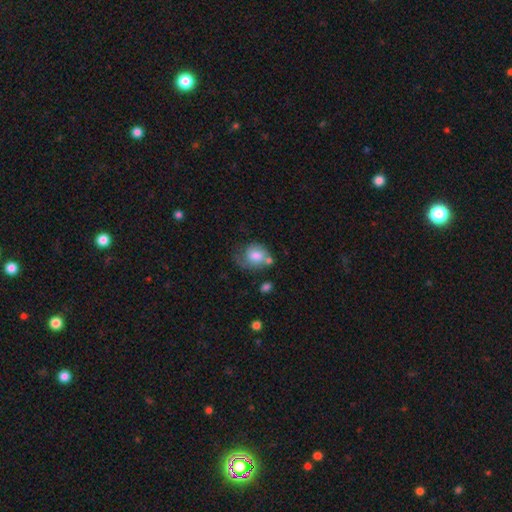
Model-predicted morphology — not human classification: A smooth galaxy with no disk features (67%) that is round (54%). Merging: none (36%).